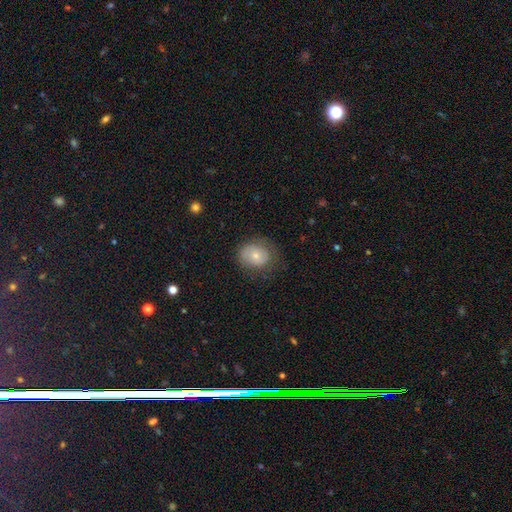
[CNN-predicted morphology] A smooth galaxy with no disk features (68%) that is round (62%).

Vote fractions:
- Smooth or featured? smooth: 68% / featured or disk: 23% / star or artifact: 8%
- How rounded? round: 62% / in between: 37% / cigar-shaped: 1%
- Merging? none: 68% / minor disturbance: 21% / major disturbance: 10% / merger: 1%